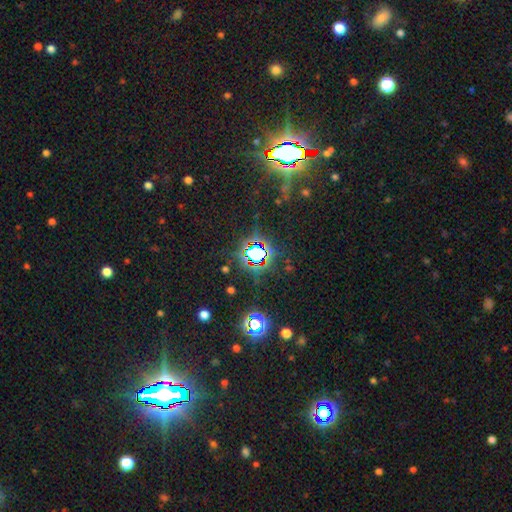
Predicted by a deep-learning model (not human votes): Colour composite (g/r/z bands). It shows a star or artifact, not a galaxy (74%).